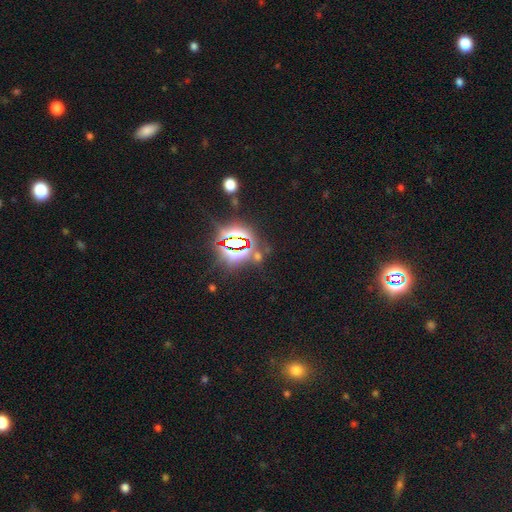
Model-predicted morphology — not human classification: smooth_or_featured: star or artifact (p=0.84) [alt: smooth p=0.09]